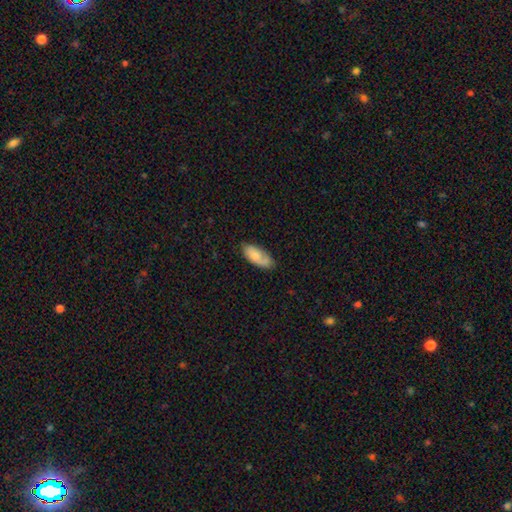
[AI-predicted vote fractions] A smooth galaxy with no disk features (67%) that is in between round and cigar-shaped (88%). Merging: none (72%).